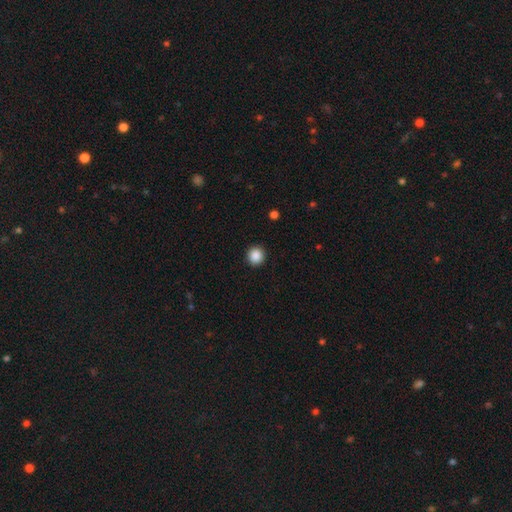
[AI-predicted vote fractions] This is clearly a smooth galaxy (88%). How rounded: clearly round (92%). Merging: clearly none (93%).